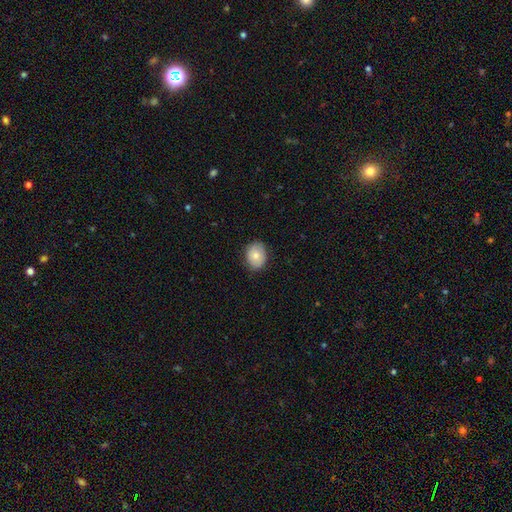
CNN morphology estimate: This appears to be a smooth galaxy with no disk features (79%) that is in between round and cigar-shaped (57%). Merging: none (84%).